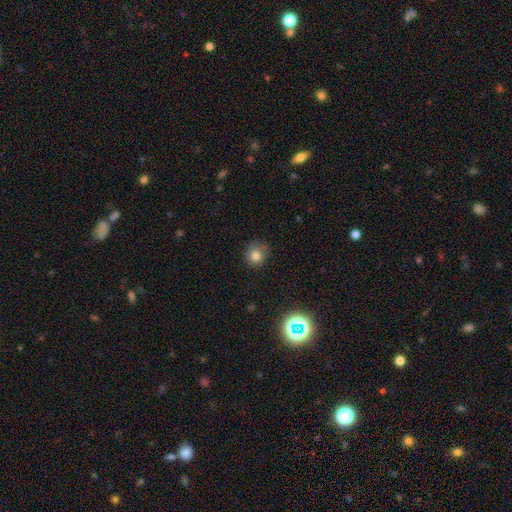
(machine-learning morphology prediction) Smooth or featured: smooth — 78% (star or artifact — 14%)
How rounded: round — 85% (in between — 14%)
Merging: none — 74% (minor disturbance — 19%)